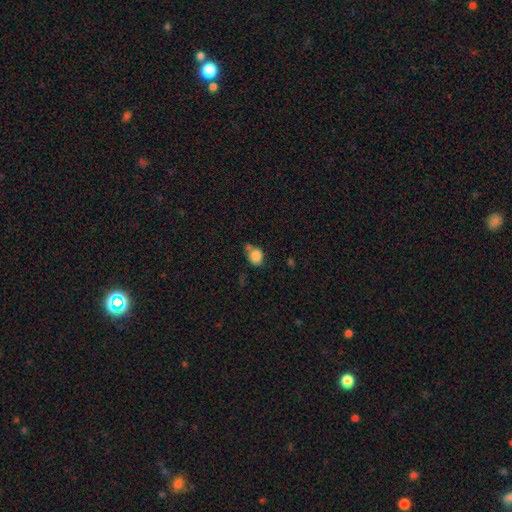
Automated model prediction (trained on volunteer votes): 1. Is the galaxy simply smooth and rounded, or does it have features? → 85% smooth, 10% star or artifact, 5% featured or disk.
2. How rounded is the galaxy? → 67% round, 31% in between, 1% cigar-shaped.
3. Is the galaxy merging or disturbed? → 50% none, 23% merger, 21% minor disturbance, 6% major disturbance.